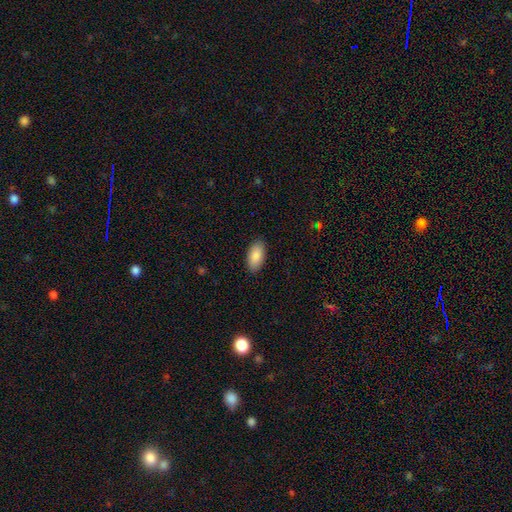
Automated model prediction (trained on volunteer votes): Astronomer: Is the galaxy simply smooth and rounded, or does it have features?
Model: smooth — 87%.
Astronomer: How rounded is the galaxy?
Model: in between — 94%.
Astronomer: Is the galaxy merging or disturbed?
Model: none — 89%.